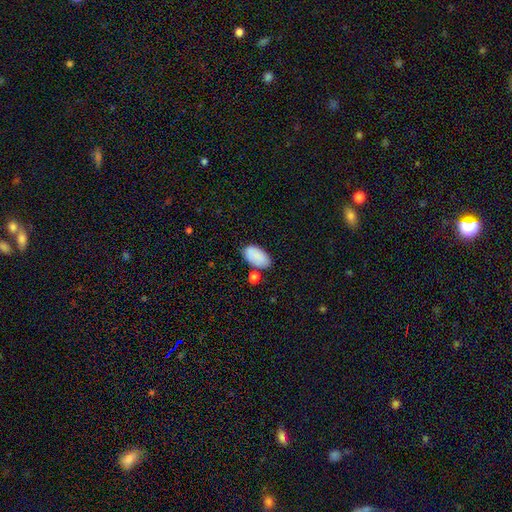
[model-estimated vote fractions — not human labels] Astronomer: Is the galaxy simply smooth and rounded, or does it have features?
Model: smooth — 87%.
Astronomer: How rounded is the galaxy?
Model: in between — 95%.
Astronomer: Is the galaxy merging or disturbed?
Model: none — 67%.